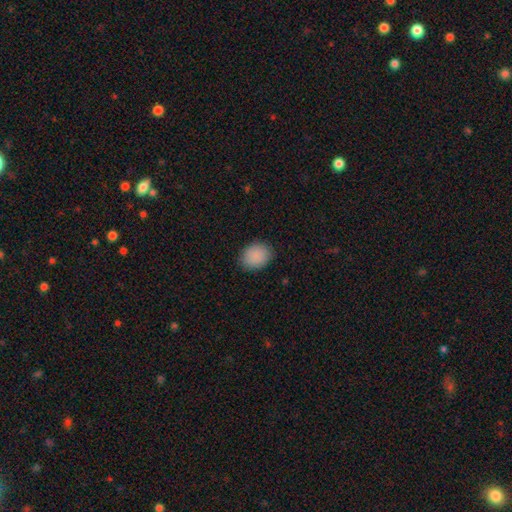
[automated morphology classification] smooth 89%, star or artifact 7%, featured or disk 3%. Down the decision tree: how rounded — in between (56%); merging — none (86%).